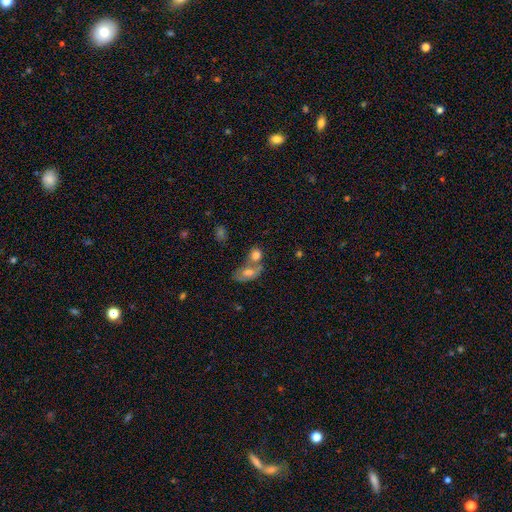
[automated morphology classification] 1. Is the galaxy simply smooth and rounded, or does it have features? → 73% smooth, 18% featured or disk, 10% star or artifact.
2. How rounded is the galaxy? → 55% in between, 42% round, 3% cigar-shaped.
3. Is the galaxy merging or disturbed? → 54% merger, 32% none, 9% minor disturbance, 4% major disturbance.